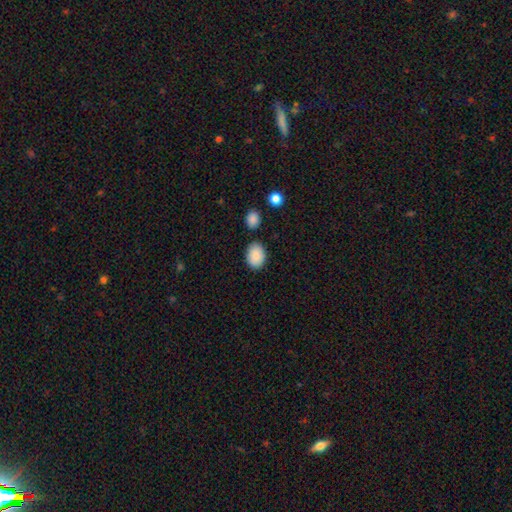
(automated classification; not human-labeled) Morphology: type=smooth (88%); roundness=in between (75%); merging=none (81%).